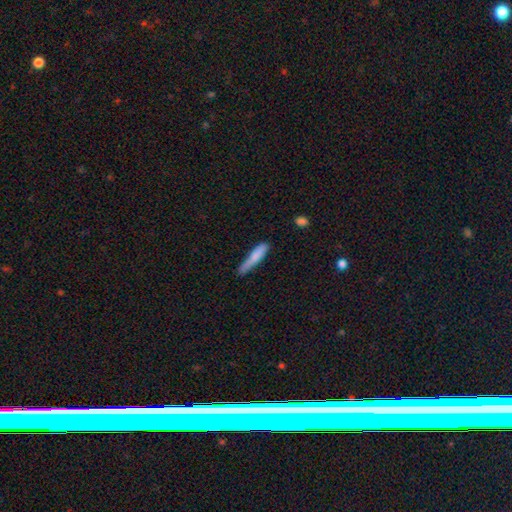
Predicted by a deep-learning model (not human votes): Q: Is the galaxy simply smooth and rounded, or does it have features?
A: smooth — 77%.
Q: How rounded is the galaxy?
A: cigar-shaped — 88%.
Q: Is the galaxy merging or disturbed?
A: none — 59%.